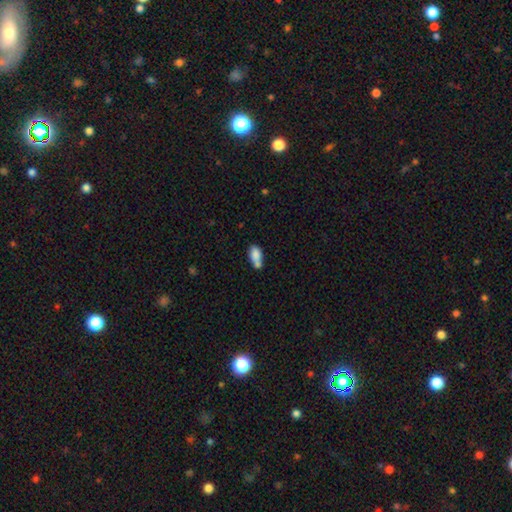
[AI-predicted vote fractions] Morphology: type=smooth (80%); roundness=in between (87%); merging=merger (43%).